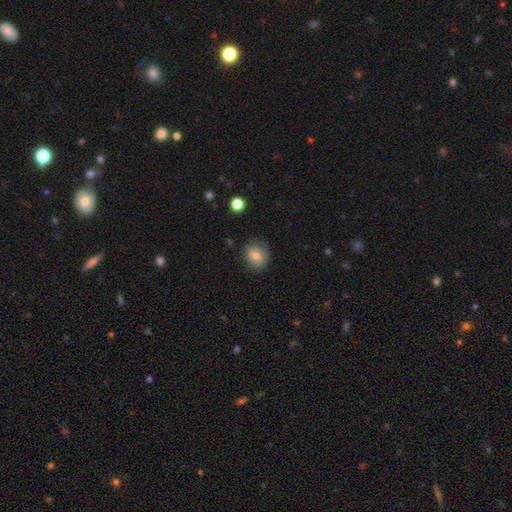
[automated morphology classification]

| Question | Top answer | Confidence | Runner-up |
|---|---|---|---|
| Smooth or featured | smooth | 76% | featured or disk (14%) |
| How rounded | round | 75% | in between (24%) |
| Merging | none | 81% | minor disturbance (14%) |